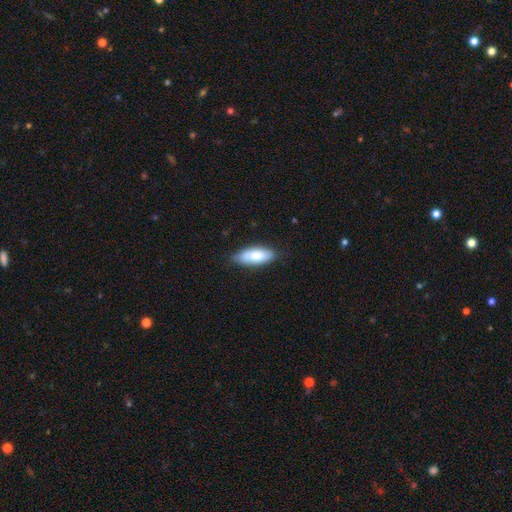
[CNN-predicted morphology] Smooth or featured?
  - smooth: 80% *
  - featured or disk: 14%
  - star or artifact: 6%
How rounded?
  - in between: 75% *
  - cigar-shaped: 23%
  - round: 2%
Merging?
  - none: 78% *
  - minor disturbance: 18%
  - major disturbance: 3%
  - merger: 1%